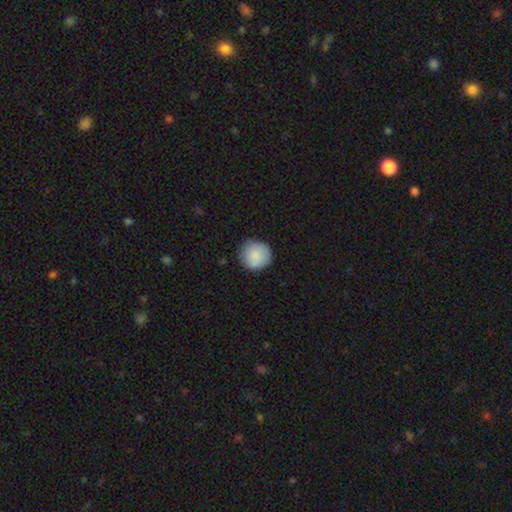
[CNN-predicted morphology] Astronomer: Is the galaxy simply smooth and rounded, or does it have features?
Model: smooth — 88%.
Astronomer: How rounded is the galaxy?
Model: round — 94%.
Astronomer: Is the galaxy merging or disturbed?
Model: none — 87%.